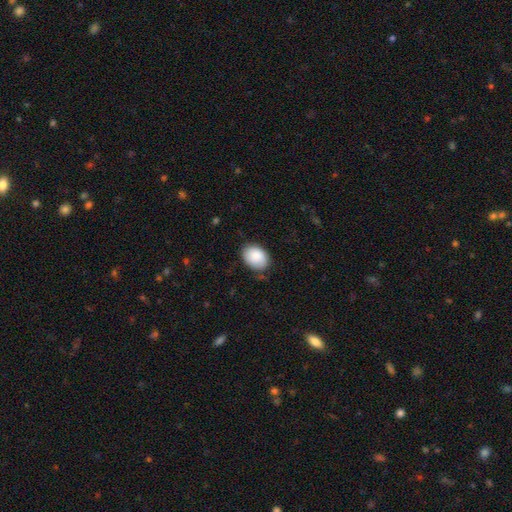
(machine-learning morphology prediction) Q: Smooth or featured?
A: smooth (85%); runner-up: featured or disk (8%)
Q: How rounded?
A: in between (76%); runner-up: round (23%)
Q: Merging?
A: none (78%); runner-up: minor disturbance (18%)